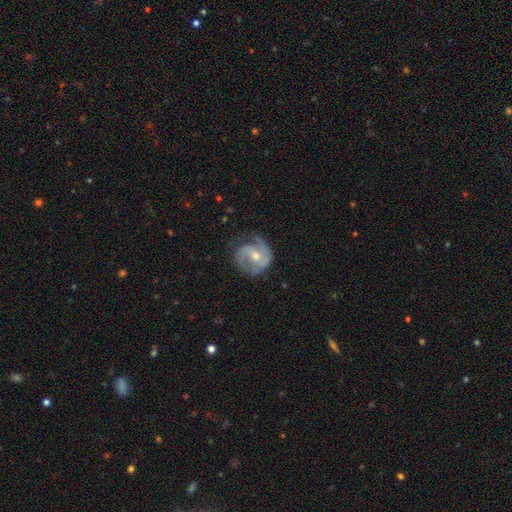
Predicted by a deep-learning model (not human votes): Morphology: type=featured or disk (80%); edge-on=no (97%); bar=weak (44%); spiral arms=yes (93%); winding=medium (46%); arm count=2 (69%); bulge=moderate (53%); merging=none (66%).